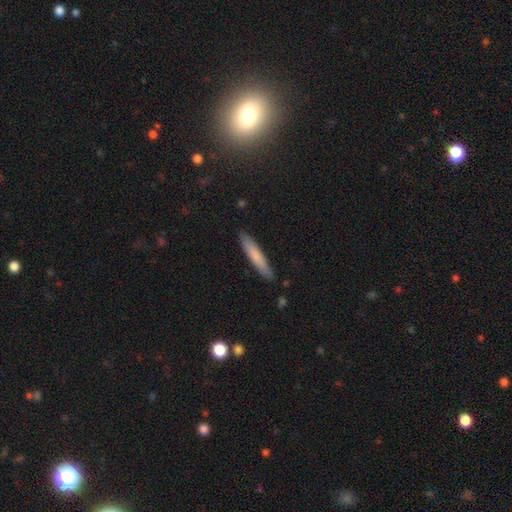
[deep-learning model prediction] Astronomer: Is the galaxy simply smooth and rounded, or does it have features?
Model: smooth — 73%.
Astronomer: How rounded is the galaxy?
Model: cigar-shaped — 92%.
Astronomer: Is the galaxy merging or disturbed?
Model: none — 88%.